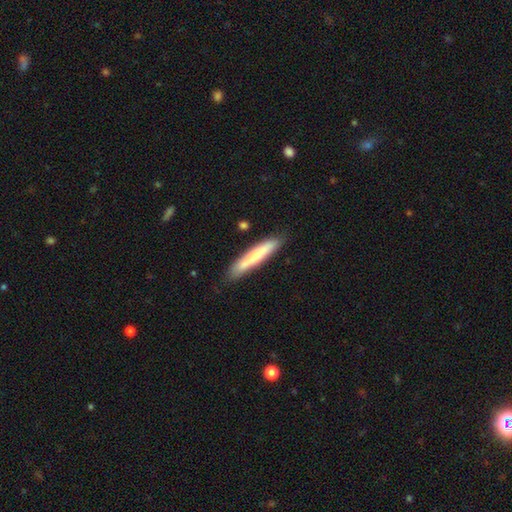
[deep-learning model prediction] A smooth galaxy with no disk features (69%) that is cigar-shaped (92%). Merging: none (81%).